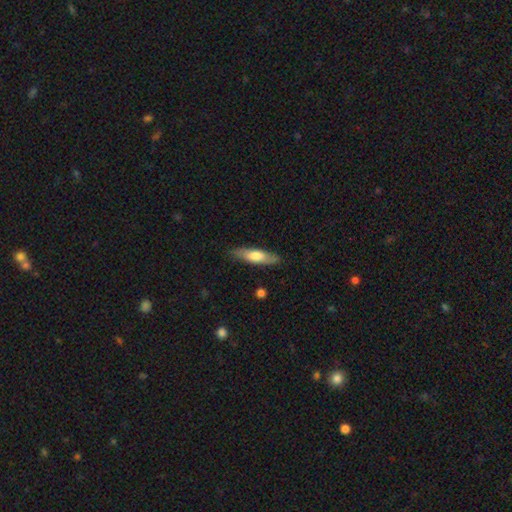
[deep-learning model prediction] Smooth or featured?
  - smooth: 62% *
  - featured or disk: 33%
  - star or artifact: 5%
How rounded?
  - cigar-shaped: 65% *
  - in between: 34%
  - round: 2%
Merging?
  - none: 84% *
  - minor disturbance: 12%
  - major disturbance: 3%
  - merger: 1%